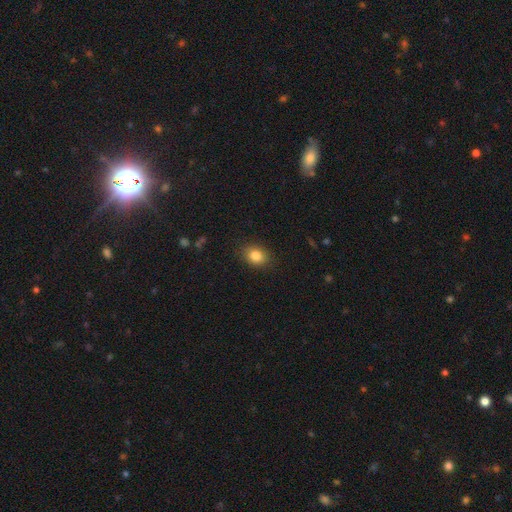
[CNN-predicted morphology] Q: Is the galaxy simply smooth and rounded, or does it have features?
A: smooth — 84%.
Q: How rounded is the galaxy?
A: in between — 57%.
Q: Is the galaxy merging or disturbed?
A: none — 88%.